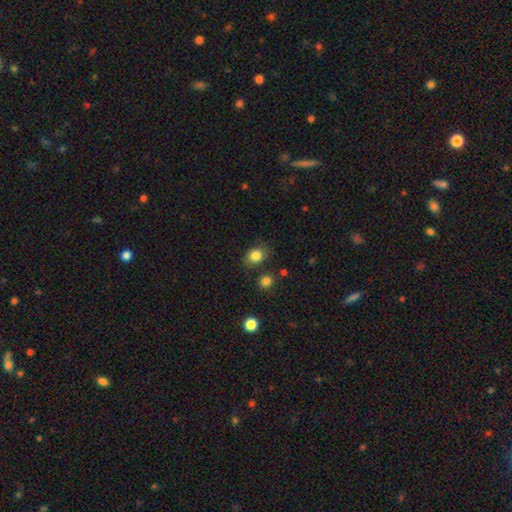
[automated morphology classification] Smooth or featured?
  - smooth: 83% *
  - star or artifact: 10%
  - featured or disk: 7%
How rounded?
  - in between: 50% *
  - round: 49%
  - cigar-shaped: 1%
Merging?
  - none: 73% *
  - minor disturbance: 18%
  - major disturbance: 5%
  - merger: 5%